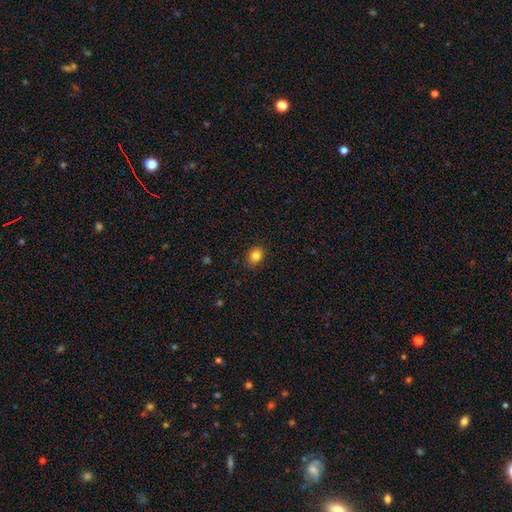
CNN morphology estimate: type=smooth (84%); roundness=in between (54%); merging=none (88%).